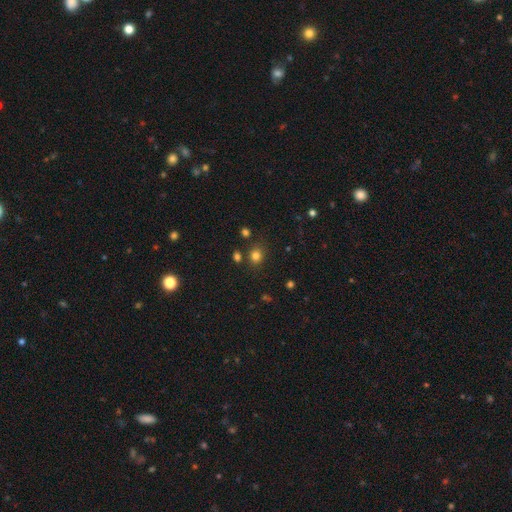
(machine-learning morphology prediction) A smooth galaxy with no disk features (79%) that is round (73%).

Vote fractions:
- Smooth or featured? smooth: 79% / star or artifact: 15% / featured or disk: 6%
- How rounded? round: 73% / in between: 26% / cigar-shaped: 1%
- Merging? none: 79% / minor disturbance: 11% / merger: 6% / major disturbance: 4%